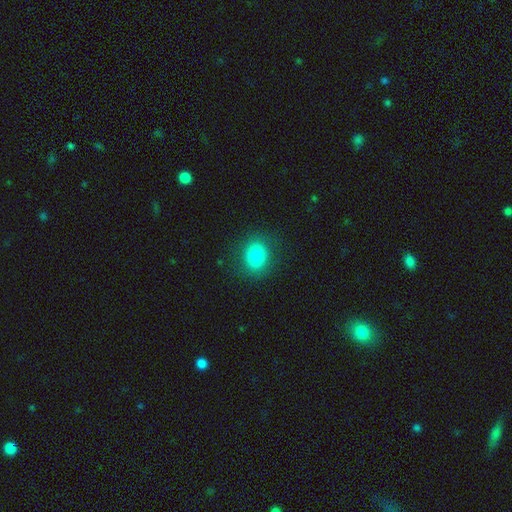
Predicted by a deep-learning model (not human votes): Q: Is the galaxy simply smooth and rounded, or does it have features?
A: smooth — 81%.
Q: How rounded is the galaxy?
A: round — 62%.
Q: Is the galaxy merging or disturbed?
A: none — 85%.